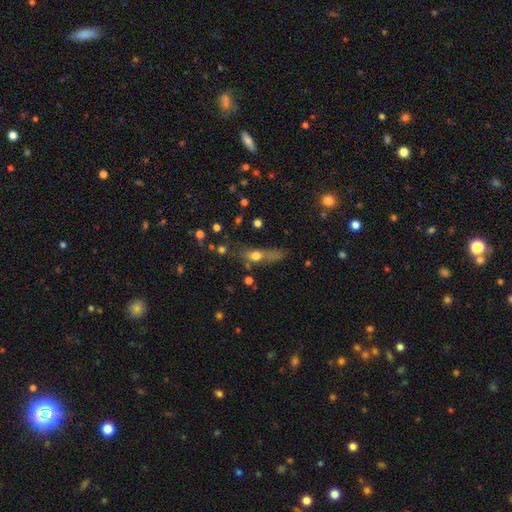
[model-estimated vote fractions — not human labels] A smooth galaxy with no disk features (65%) that is in between round and cigar-shaped (43%). Merging: none (36%).